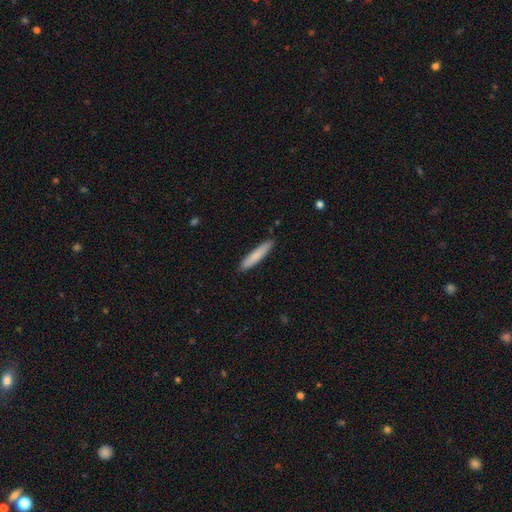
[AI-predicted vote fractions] smooth 81%, featured or disk 13%, star or artifact 6%. Down the decision tree: how rounded — cigar-shaped (91%); merging — none (89%).